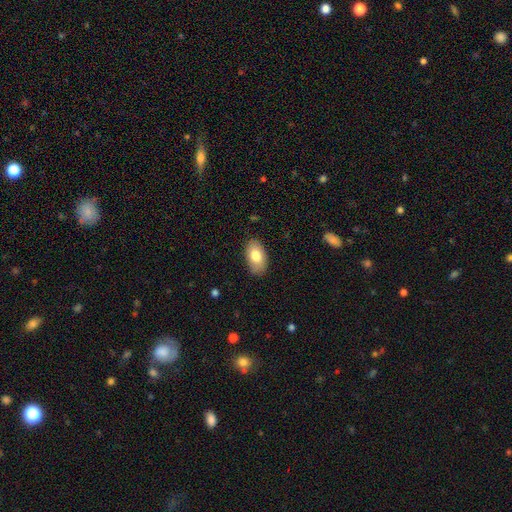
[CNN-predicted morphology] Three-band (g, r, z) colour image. It shows a smooth galaxy with no disk features (79%) that is in between round and cigar-shaped (94%). Merging: none (84%).